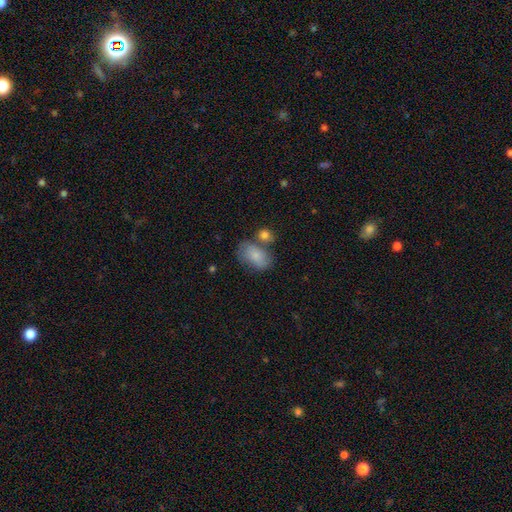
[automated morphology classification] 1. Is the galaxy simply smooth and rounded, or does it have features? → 75% smooth, 18% featured or disk, 7% star or artifact.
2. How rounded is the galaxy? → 86% in between, 12% round, 2% cigar-shaped.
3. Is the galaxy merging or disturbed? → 49% none, 23% merger, 20% minor disturbance, 8% major disturbance.